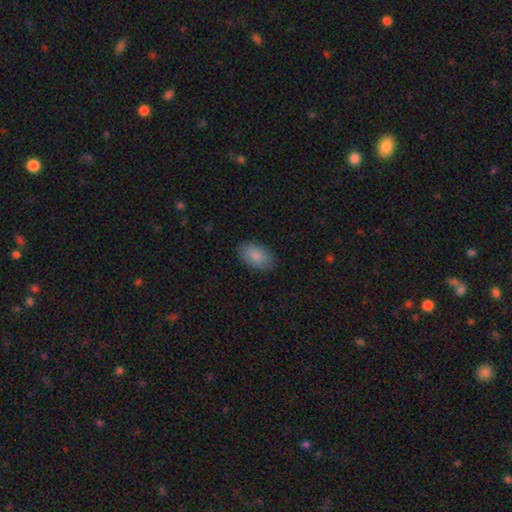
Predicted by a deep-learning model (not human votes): smooth 88%, star or artifact 6%, featured or disk 6%. Down the decision tree: how rounded — in between (93%); merging — none (86%).